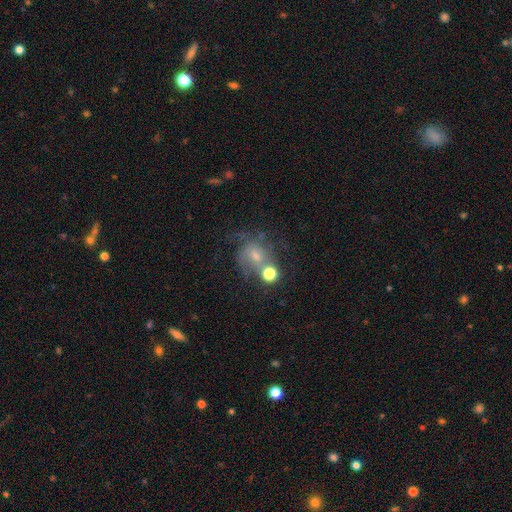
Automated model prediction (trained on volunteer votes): This appears to be a featured or disk galaxy (51%). Merging: none (43%).